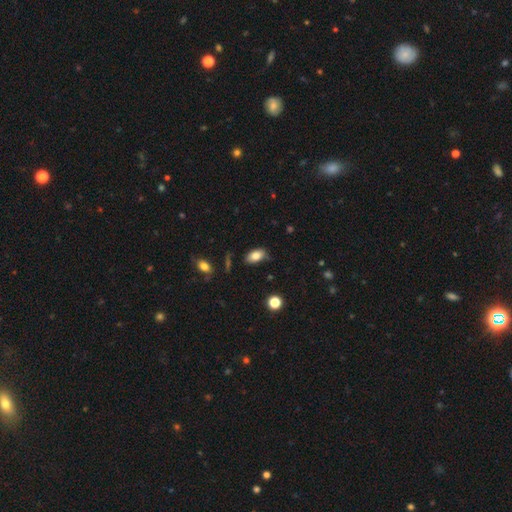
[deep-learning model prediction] A smooth galaxy with no disk features (81%) that is in between round and cigar-shaped (91%).

Vote fractions:
- Smooth or featured? smooth: 81% / featured or disk: 11% / star or artifact: 8%
- How rounded? in between: 91% / round: 6% / cigar-shaped: 3%
- Merging? none: 73% / minor disturbance: 21% / major disturbance: 4% / merger: 3%